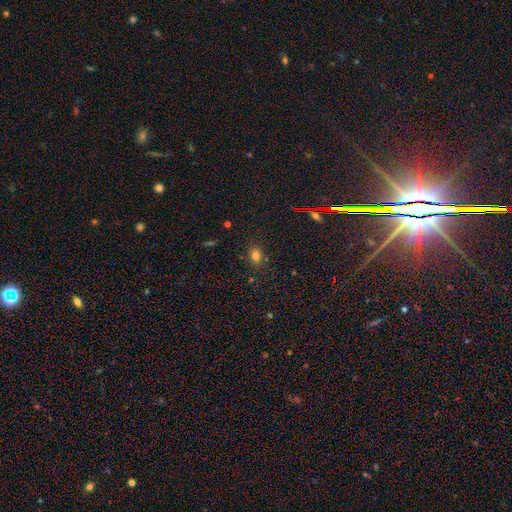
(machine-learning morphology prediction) smooth 76%, star or artifact 17%, featured or disk 7%. Down the decision tree: how rounded — in between (57%); merging — none (82%).